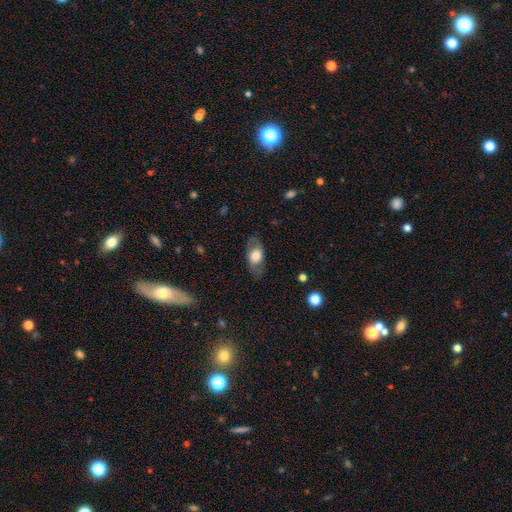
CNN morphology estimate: smooth_or_featured: smooth (p=0.59) [alt: featured or disk p=0.35]
how_rounded: in between (p=0.83) [alt: round p=0.13]
merging: none (p=0.75) [alt: minor disturbance p=0.16]